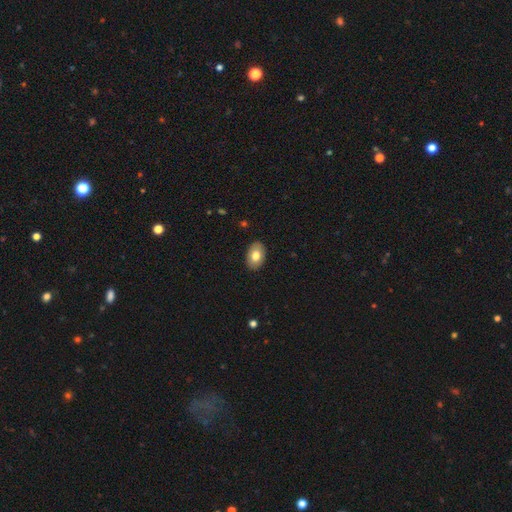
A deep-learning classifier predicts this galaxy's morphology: The model was most divided on "smooth or featured": smooth: 77%, featured or disk: 16%, star or artifact: 7%. More confident: merging — none (89%); how rounded — in between (88%).